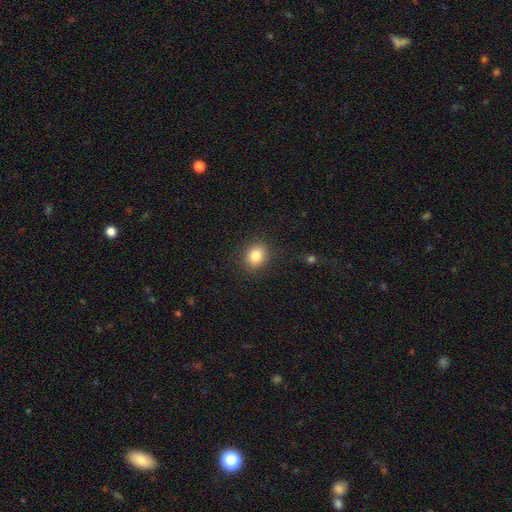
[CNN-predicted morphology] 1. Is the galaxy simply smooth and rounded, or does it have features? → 84% smooth, 10% star or artifact, 6% featured or disk.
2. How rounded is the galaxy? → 69% round, 31% in between, 1% cigar-shaped.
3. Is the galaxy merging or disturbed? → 88% none, 8% minor disturbance, 3% major disturbance, 1% merger.